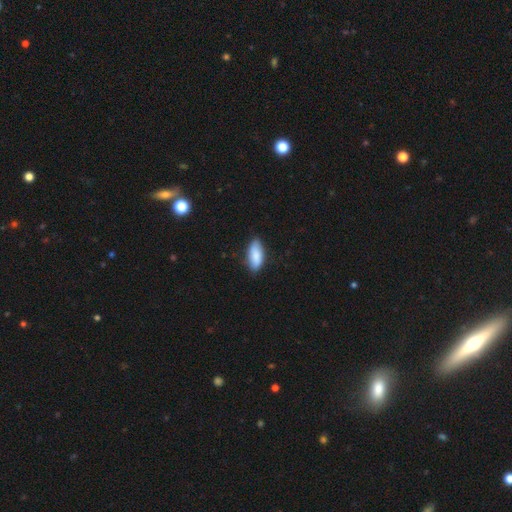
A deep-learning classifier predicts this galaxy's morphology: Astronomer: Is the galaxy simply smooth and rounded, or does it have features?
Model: smooth — 85%.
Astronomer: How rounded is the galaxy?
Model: in between — 84%.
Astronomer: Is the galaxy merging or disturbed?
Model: none — 80%.